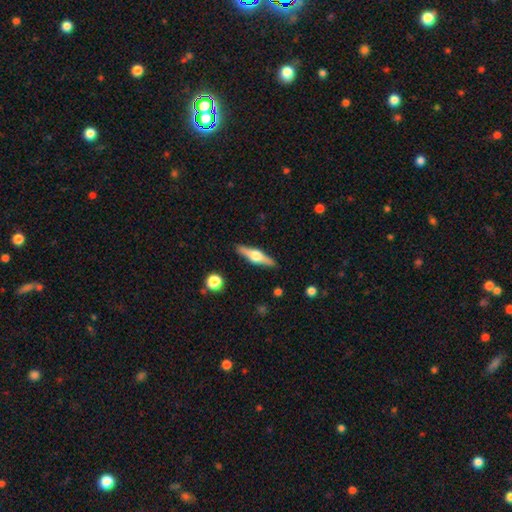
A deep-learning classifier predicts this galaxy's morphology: Smooth or featured: featured or disk — 70% (smooth — 25%)
Edge-on disk: yes — 97% (no — 3%)
Edge-on bulge: rounded — 94% (boxy — 5%)
Merging: none — 89% (minor disturbance — 8%)